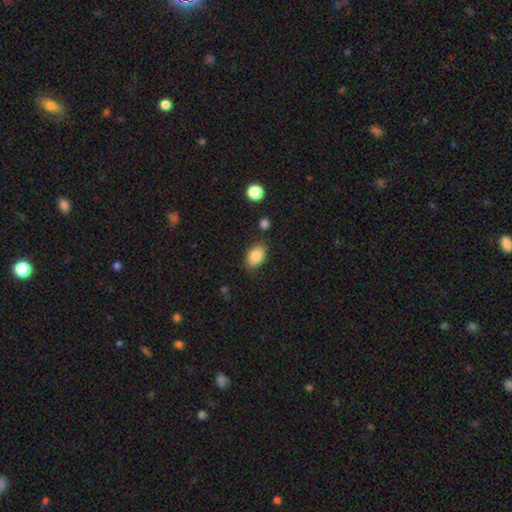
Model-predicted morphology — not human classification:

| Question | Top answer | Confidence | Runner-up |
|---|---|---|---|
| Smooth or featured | smooth | 85% | star or artifact (8%) |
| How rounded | in between | 87% | round (12%) |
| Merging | none | 79% | minor disturbance (15%) |